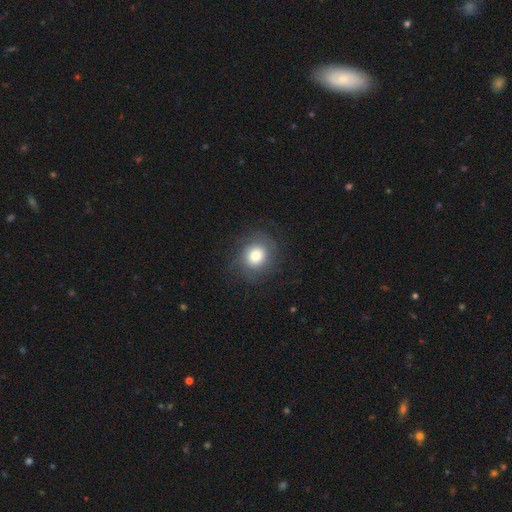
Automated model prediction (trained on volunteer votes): This appears to be a smooth galaxy with no disk features (70%) that is round (82%). Merging: none (78%).